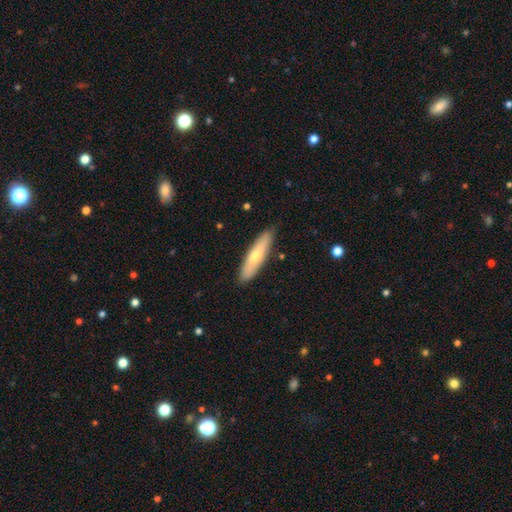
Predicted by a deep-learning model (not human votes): This appears to be a smooth galaxy with no disk features (60%) that is cigar-shaped (72%). Merging: none (87%).